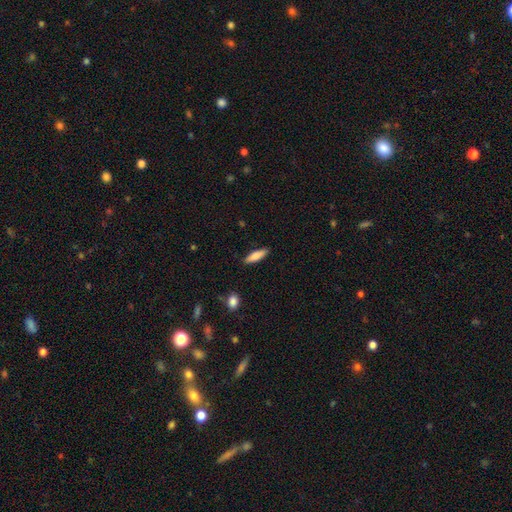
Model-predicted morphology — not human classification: This is likely a smooth galaxy (75%). How rounded: likely cigar-shaped (64%). Merging: clearly none (88%).